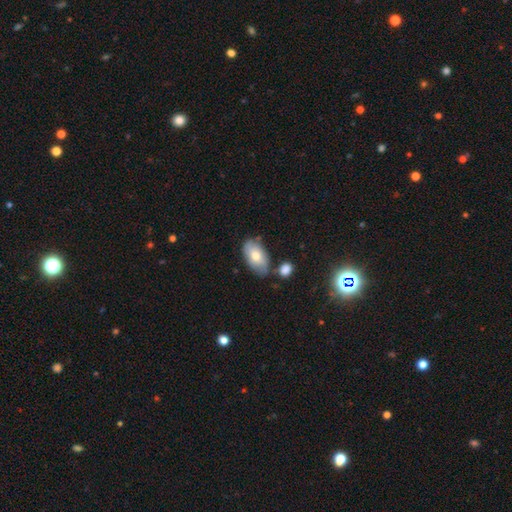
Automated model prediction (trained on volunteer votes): smooth 66%, featured or disk 27%, star or artifact 7%. Down the decision tree: how rounded — in between (92%); merging — none (60%).